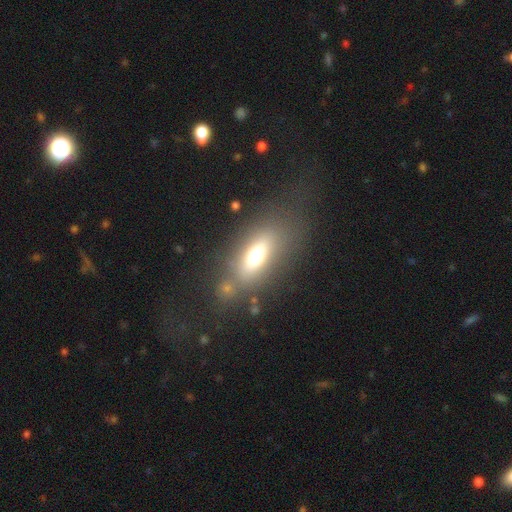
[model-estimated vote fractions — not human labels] smooth-or-featured: smooth: 63% | featured or disk: 26% | star or artifact: 11%
  how-rounded: in between: 72% | cigar-shaped: 20% | round: 8%
  merging: none: 65% | minor disturbance: 15% | merger: 10% | major disturbance: 10%